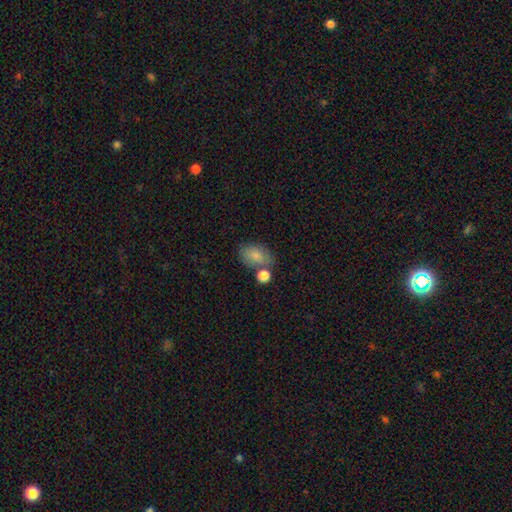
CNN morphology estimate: type=smooth (82%); roundness=in between (82%); merging=none (56%).